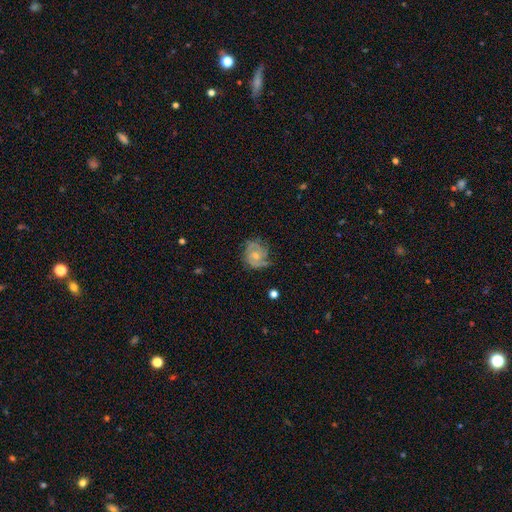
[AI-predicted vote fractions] A featured or disk galaxy (81%) with no bar (74%), 2 (35%) tight (53%) spiral arms (96%) and a small central bulge (48%). Merging: none (68%).